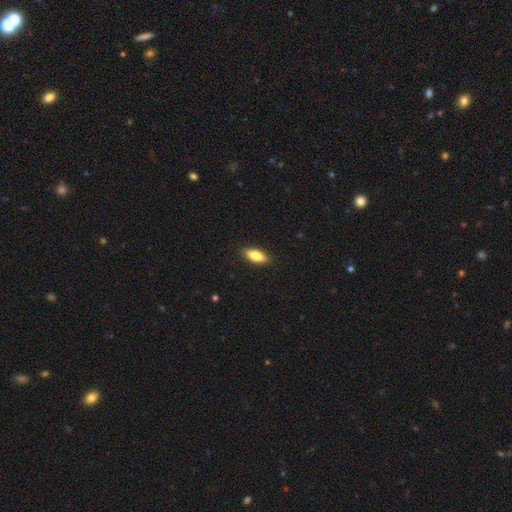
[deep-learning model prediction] smooth 80%, featured or disk 14%, star or artifact 6%. Down the decision tree: how rounded — in between (73%); merging — none (90%).